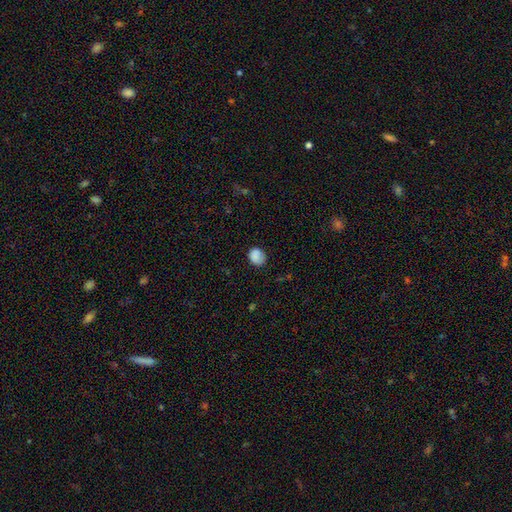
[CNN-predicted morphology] type=smooth (86%); roundness=round (63%); merging=none (76%).